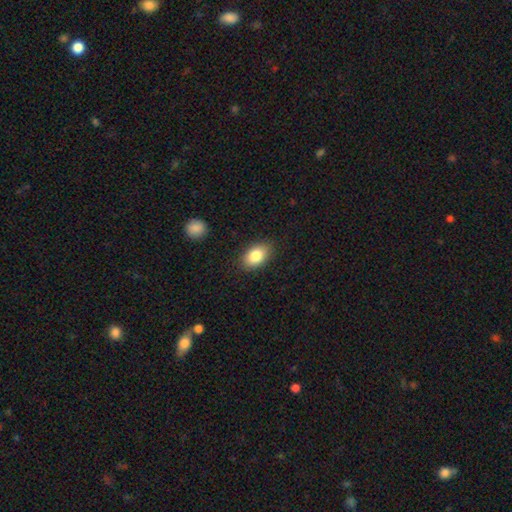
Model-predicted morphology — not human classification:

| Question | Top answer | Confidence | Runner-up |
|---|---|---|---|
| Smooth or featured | smooth | 83% | featured or disk (9%) |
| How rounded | in between | 89% | round (10%) |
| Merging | none | 86% | minor disturbance (10%) |